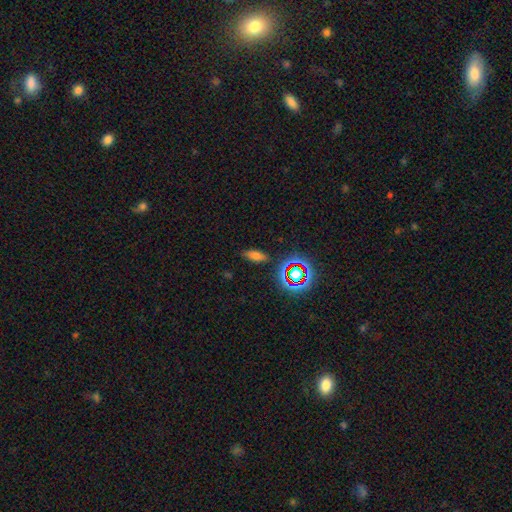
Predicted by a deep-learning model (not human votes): Q: Smooth or featured?
A: smooth (66%); runner-up: star or artifact (21%)
Q: How rounded?
A: in between (71%); runner-up: cigar-shaped (24%)
Q: Merging?
A: none (84%); runner-up: minor disturbance (11%)